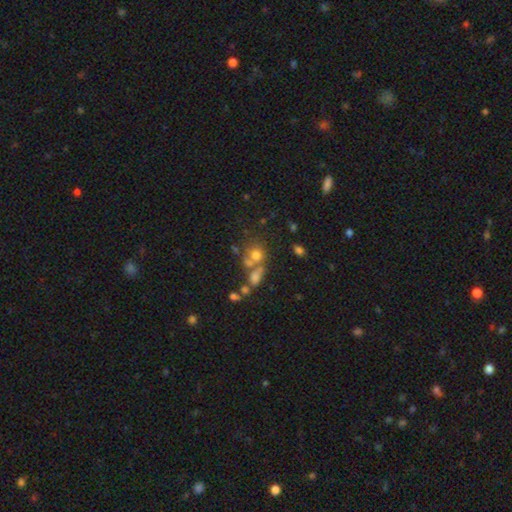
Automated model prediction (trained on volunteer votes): smooth-or-featured: smooth: 59% | featured or disk: 21% | star or artifact: 20%
  how-rounded: round: 73% | in between: 25% | cigar-shaped: 2%
  merging: merger: 42% | none: 40% | minor disturbance: 10% | major disturbance: 8%